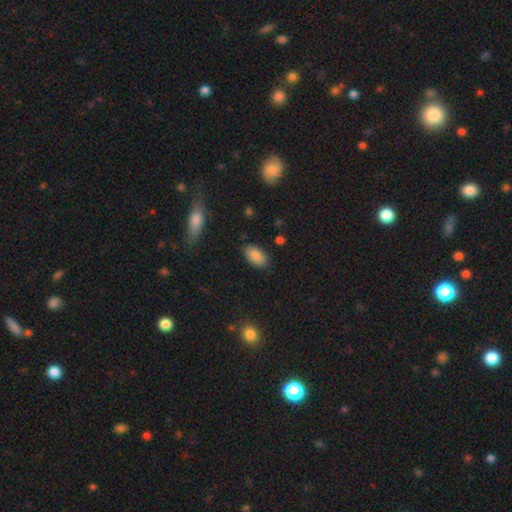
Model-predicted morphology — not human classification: Q: Smooth or featured?
A: smooth (87%); runner-up: star or artifact (8%)
Q: How rounded?
A: in between (93%); runner-up: round (5%)
Q: Merging?
A: none (85%); runner-up: minor disturbance (11%)